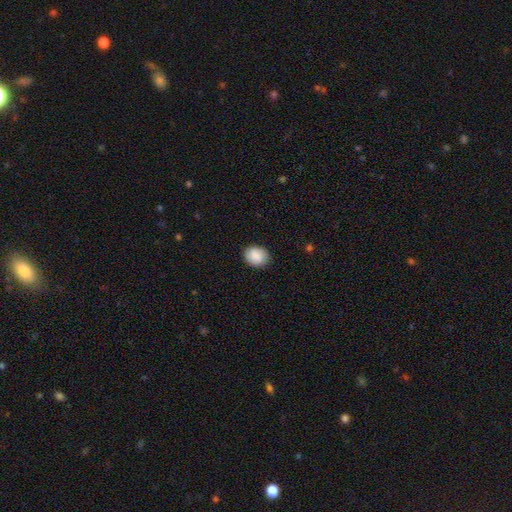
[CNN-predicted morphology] This appears to be a smooth galaxy with no disk features (88%) that is in between round and cigar-shaped (52%). Merging: none (87%).